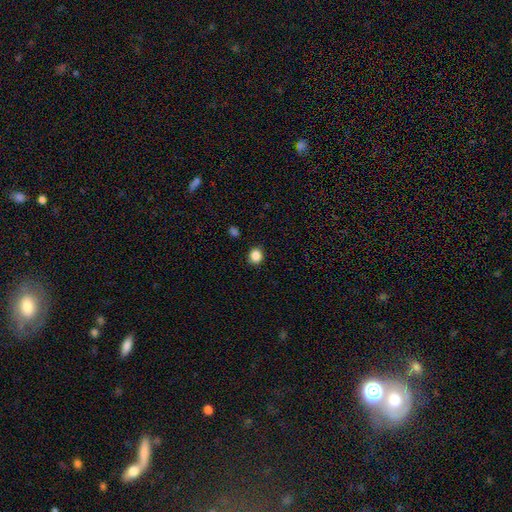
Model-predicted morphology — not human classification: type=smooth (86%); roundness=round (81%); merging=none (90%).